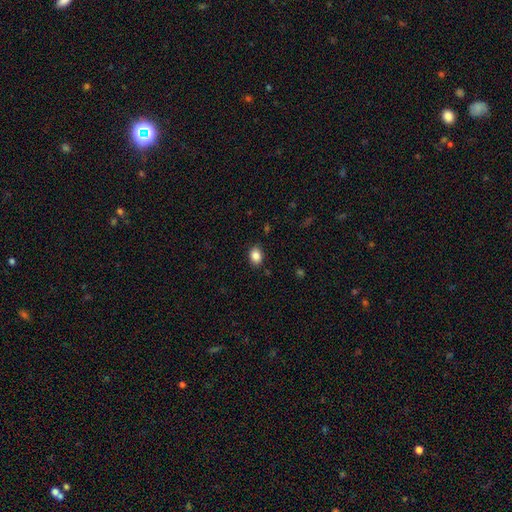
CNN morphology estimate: This is clearly a smooth galaxy (86%). How rounded: likely in between (67%). Merging: clearly none (86%).